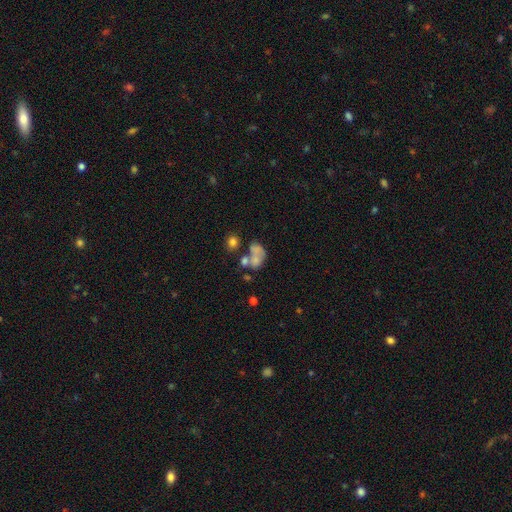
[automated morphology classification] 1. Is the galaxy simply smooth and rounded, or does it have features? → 56% smooth, 31% featured or disk, 13% star or artifact.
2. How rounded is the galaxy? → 71% in between, 27% round, 1% cigar-shaped.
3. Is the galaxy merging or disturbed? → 47% merger, 23% none, 17% major disturbance, 14% minor disturbance.